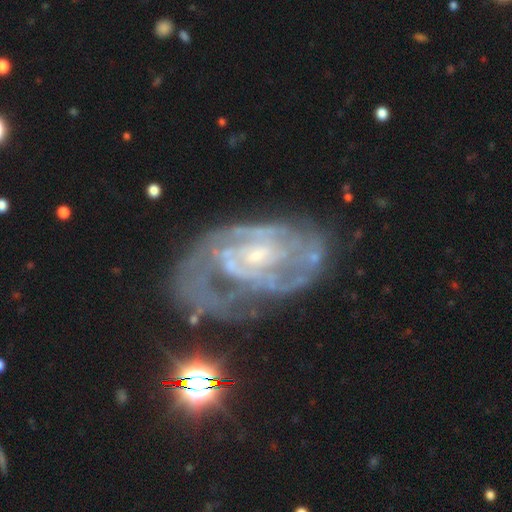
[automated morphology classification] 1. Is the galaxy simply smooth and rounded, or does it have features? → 86% featured or disk, 7% smooth, 7% star or artifact.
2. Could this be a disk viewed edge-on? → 97% no, 3% yes.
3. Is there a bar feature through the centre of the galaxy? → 55% no, 36% weak, 9% strong.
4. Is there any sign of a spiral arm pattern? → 88% yes, 12% no.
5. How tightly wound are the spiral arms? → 52% tight, 37% medium, 11% loose.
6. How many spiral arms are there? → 38% can't tell, 31% 2, 13% 3, 6% 1, 6% 4, 5% more than 4.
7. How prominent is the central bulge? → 67% small, 22% moderate, 8% none, 2% large, 1% dominant.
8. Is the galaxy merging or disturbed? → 53% none, 23% minor disturbance, 20% major disturbance, 4% merger.